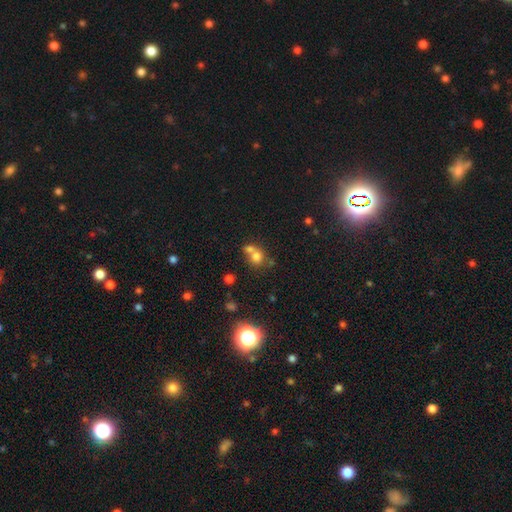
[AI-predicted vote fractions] Smooth or featured? smooth (69%)
How rounded? round (77%)
Merging? merger (54%)